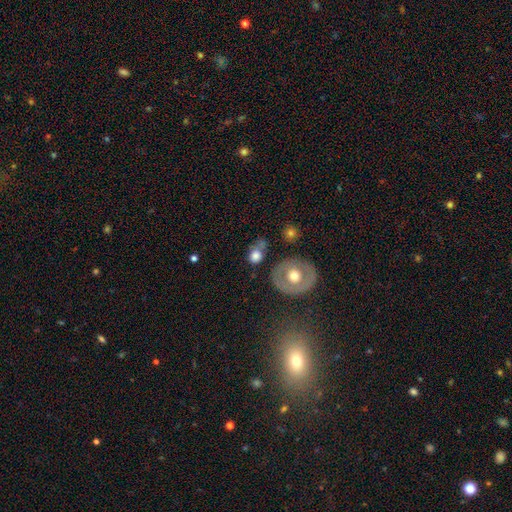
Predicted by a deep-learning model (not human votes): A smooth galaxy with no disk features (68%) that is in between round and cigar-shaped (55%). Merging: none (54%).